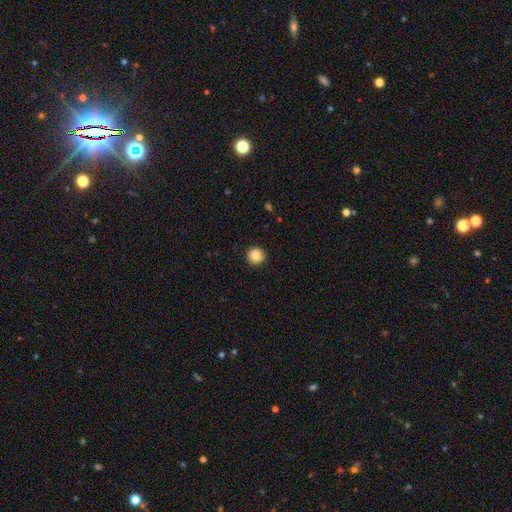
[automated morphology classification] Smooth or featured?
  - smooth: 87% *
  - star or artifact: 9%
  - featured or disk: 4%
How rounded?
  - round: 95% *
  - in between: 4%
  - cigar-shaped: 1%
Merging?
  - none: 92% *
  - minor disturbance: 5%
  - major disturbance: 2%
  - merger: 1%